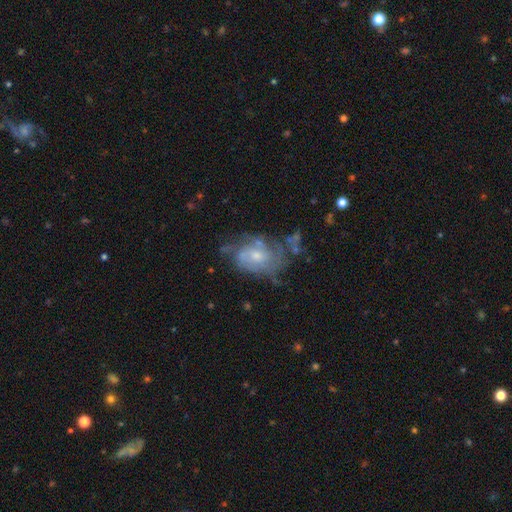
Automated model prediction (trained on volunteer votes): The model was most divided on "bulge size": small: 49%, moderate: 43%, none: 4%, large: 3%, dominant: 1%. Remaining: edge-on disk — no (97%); spiral arms — yes (77%); smooth or featured — featured or disk (72%); bar — no (71%); spiral arm count — can't tell (51%); merging — none (46%); spiral winding — tight (46%).